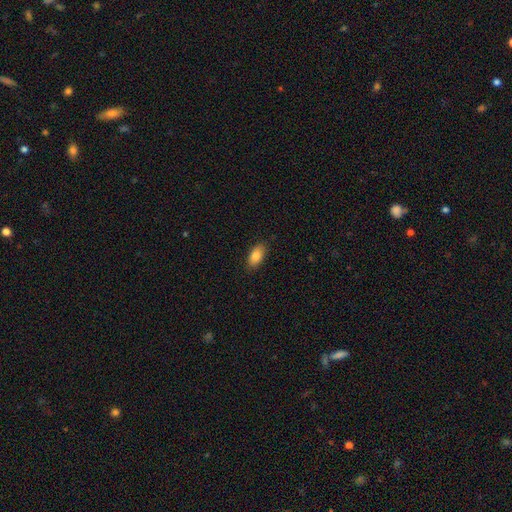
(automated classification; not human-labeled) Q: Smooth or featured?
A: smooth (87%); runner-up: star or artifact (7%)
Q: How rounded?
A: in between (91%); runner-up: cigar-shaped (5%)
Q: Merging?
A: none (86%); runner-up: minor disturbance (11%)